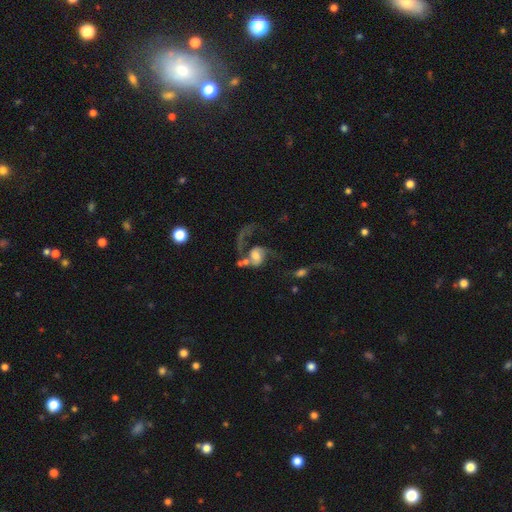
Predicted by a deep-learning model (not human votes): smooth_or_featured: featured or disk (p=0.75) [alt: smooth p=0.17]
disk_edge_on: no (p=0.98) [alt: yes p=0.02]
bar: no (p=0.58) [alt: weak p=0.33]
has_spiral_arms: yes (p=0.89) [alt: no p=0.11]
spiral_winding: loose (p=0.65) [alt: medium p=0.28]
spiral_arm_count: 2 (p=0.54) [alt: 1 p=0.37]
bulge_size: moderate (p=0.43) [alt: large p=0.27]
merging: major disturbance (p=0.38) [alt: merger p=0.27]